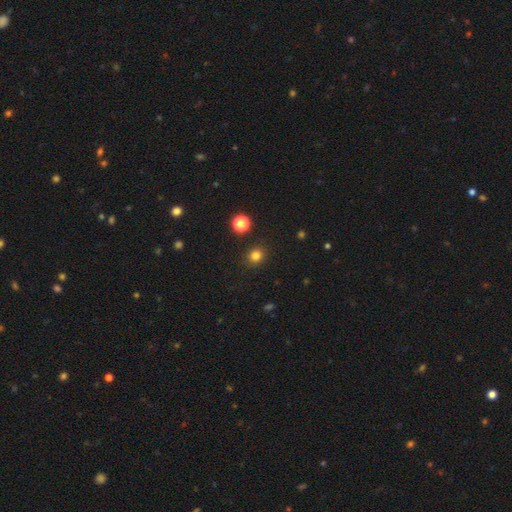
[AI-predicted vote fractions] A smooth galaxy with no disk features (80%) that is round (83%).

Vote fractions:
- Smooth or featured? smooth: 80% / star or artifact: 15% / featured or disk: 5%
- How rounded? round: 83% / in between: 16% / cigar-shaped: 1%
- Merging? none: 89% / minor disturbance: 6% / major disturbance: 2% / merger: 2%